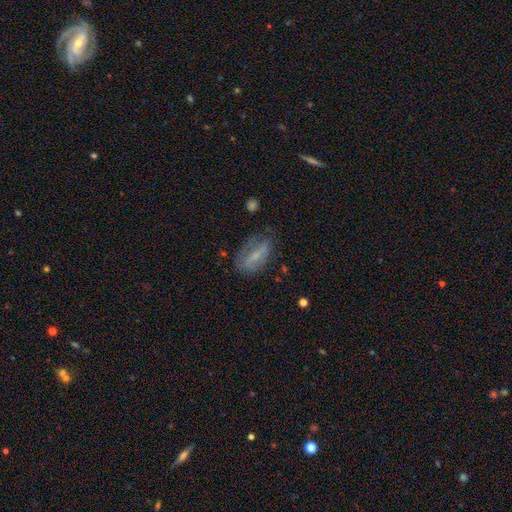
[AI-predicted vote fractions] Morphology: type=featured or disk (49%); merging=none (56%).